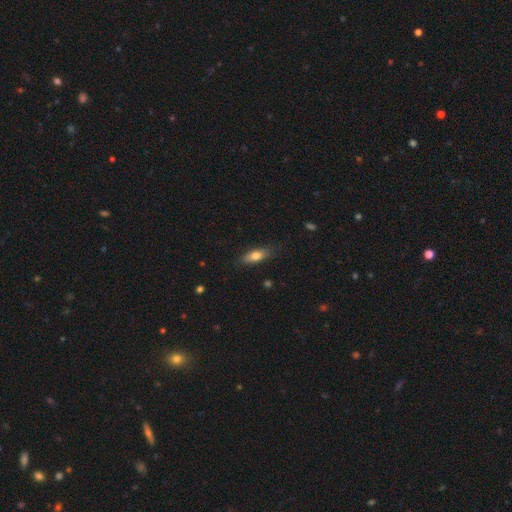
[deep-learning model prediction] This is likely a smooth galaxy (75%). How rounded: likely in between (66%). Merging: likely none (77%).